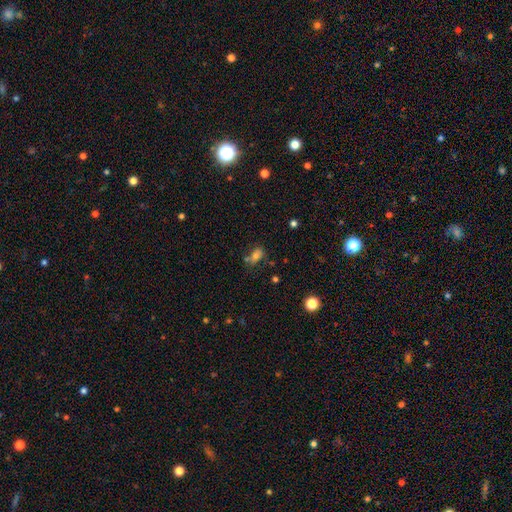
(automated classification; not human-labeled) This appears to be a smooth galaxy with no disk features (71%) that is in between round and cigar-shaped (80%). Merging: none (56%).